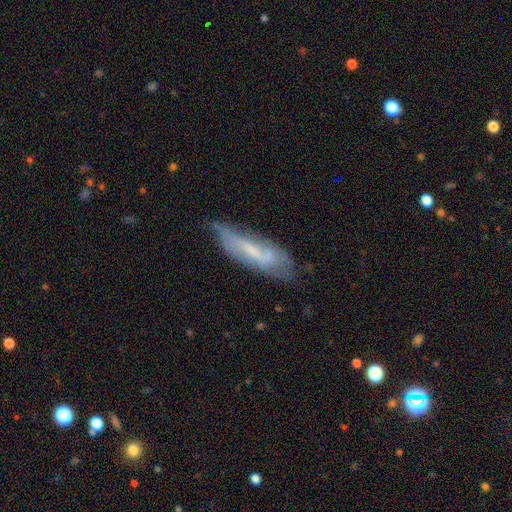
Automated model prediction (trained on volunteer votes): smooth-or-featured: featured or disk: 52% | smooth: 38% | star or artifact: 9%
  disk-edge-on: no: 66% | yes: 34%
  merging: none: 60% | minor disturbance: 28% | major disturbance: 10% | merger: 3%